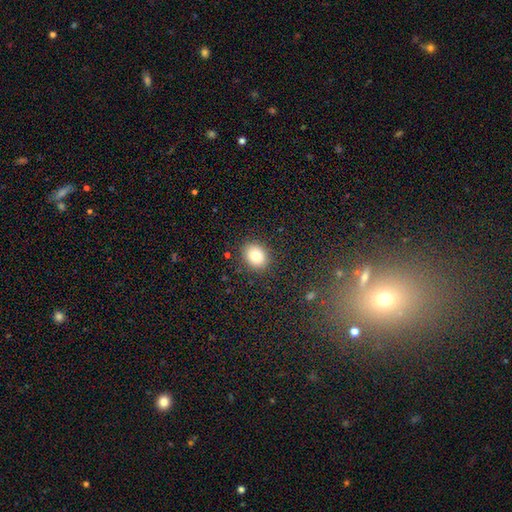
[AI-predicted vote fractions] Smooth or featured? Predicted: smooth (p=0.81). How rounded? Predicted: round (p=0.52). Merging? Predicted: none (p=0.88).